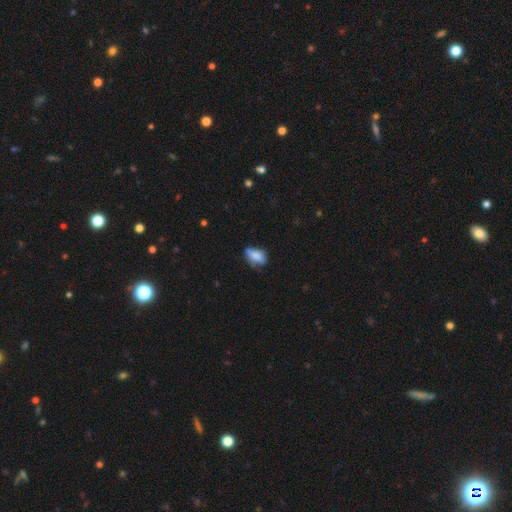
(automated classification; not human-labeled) Smooth or featured: smooth — 79% (featured or disk — 12%)
How rounded: in between — 87% (round — 10%)
Merging: none — 49% (minor disturbance — 37%)